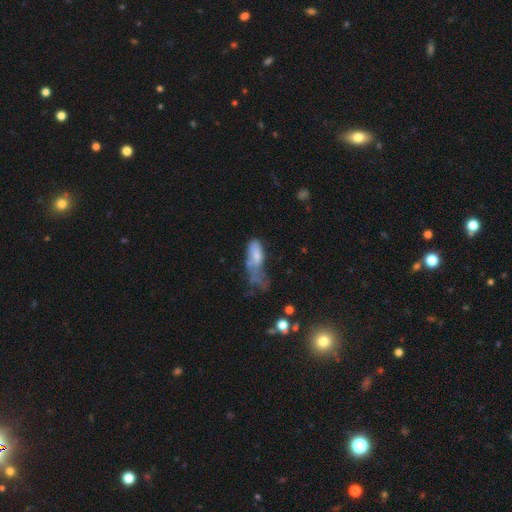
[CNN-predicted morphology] A smooth galaxy with no disk features (62%) that is in between round and cigar-shaped (75%). Merging: major disturbance (50%).